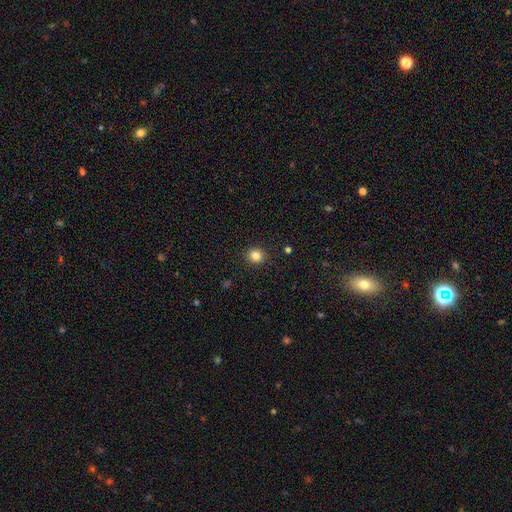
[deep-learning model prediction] Smooth or featured? Predicted: smooth (p=0.83). How rounded? Predicted: round (p=0.89). Merging? Predicted: none (p=0.91).